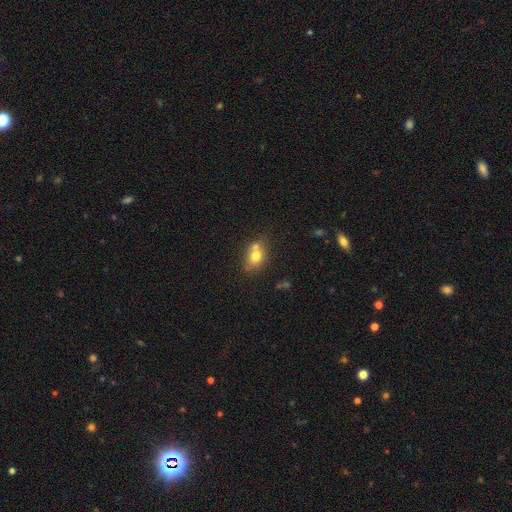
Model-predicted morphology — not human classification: Overall: smooth (73%). How rounded: in between (54%; round 45%). Merging: none (52%; merger 30%).